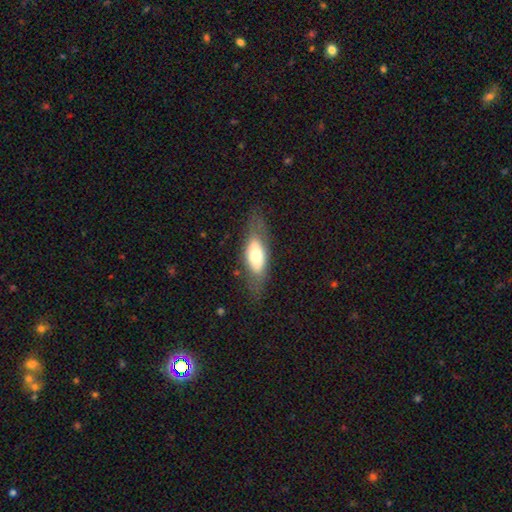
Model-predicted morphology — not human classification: smooth 53%, featured or disk 40%, star or artifact 6%. Down the decision tree: how rounded — in between (75%); merging — none (70%).